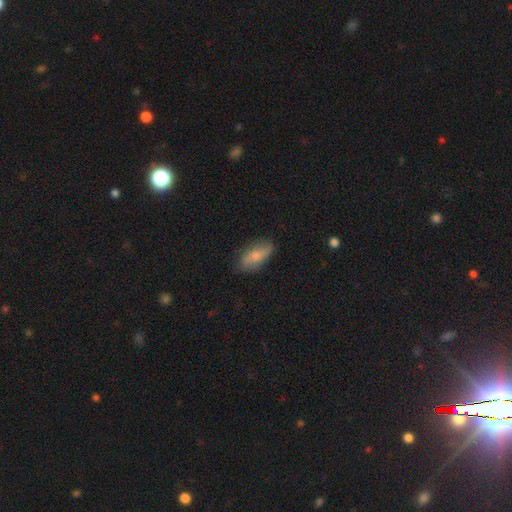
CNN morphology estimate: smooth_or_featured: smooth (p=0.67) [alt: featured or disk p=0.27]
how_rounded: in between (p=0.86) [alt: cigar-shaped p=0.10]
merging: none (p=0.77) [alt: minor disturbance p=0.18]